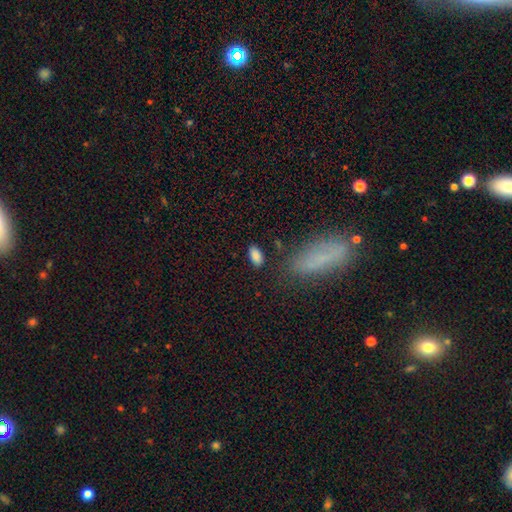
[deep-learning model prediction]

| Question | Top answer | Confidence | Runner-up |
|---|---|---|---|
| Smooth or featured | smooth | 87% | star or artifact (8%) |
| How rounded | in between | 94% | round (4%) |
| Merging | none | 82% | minor disturbance (11%) |